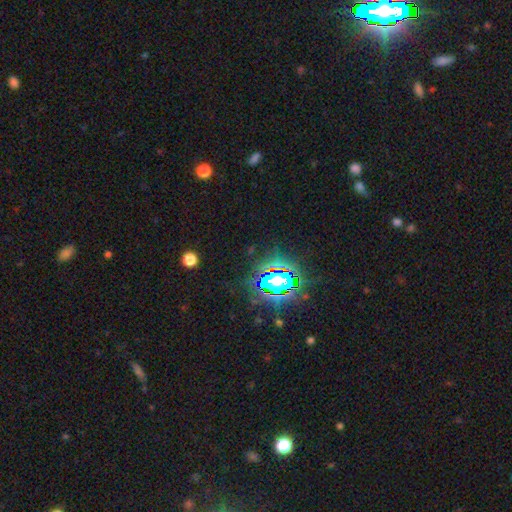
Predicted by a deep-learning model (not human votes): A star or artifact, not a galaxy (79%).